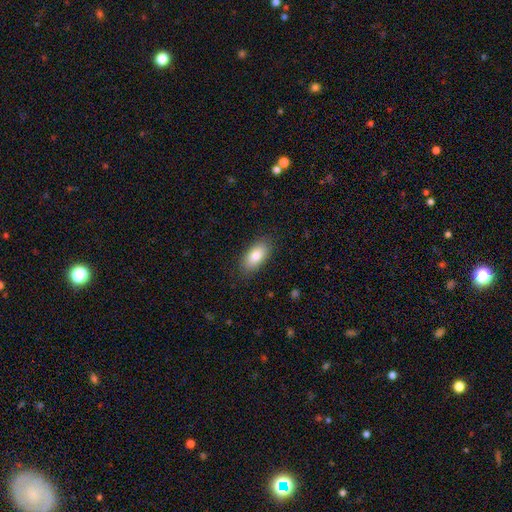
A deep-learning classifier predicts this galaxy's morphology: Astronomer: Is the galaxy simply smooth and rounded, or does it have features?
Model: smooth — 82%.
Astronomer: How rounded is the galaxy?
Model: in between — 91%.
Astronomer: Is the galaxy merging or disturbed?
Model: none — 86%.